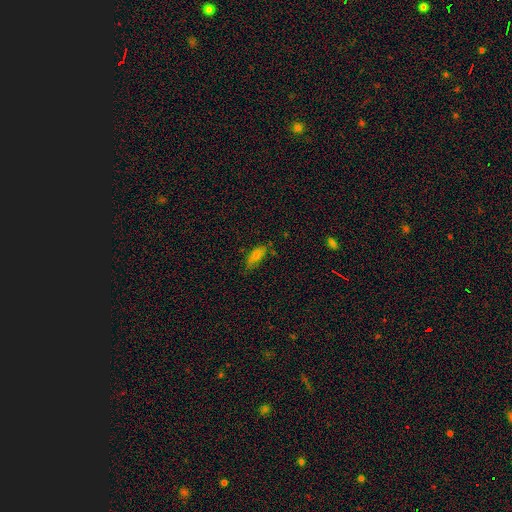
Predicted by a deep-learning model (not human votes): smooth 75%, featured or disk 16%, star or artifact 9%. Down the decision tree: how rounded — in between (78%); merging — none (67%).